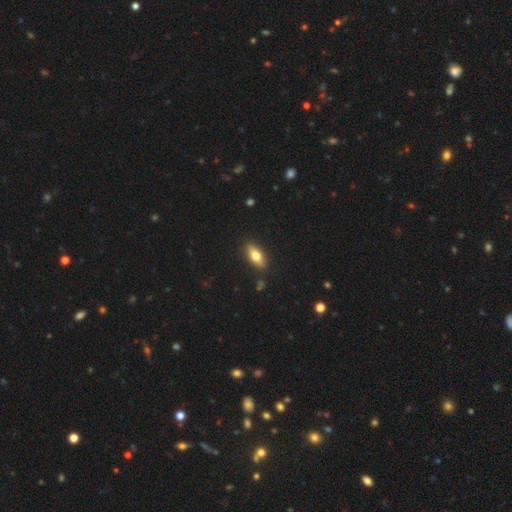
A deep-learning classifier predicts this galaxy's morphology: Overall: smooth (72%). How rounded: in between (80%). Merging: none (88%).